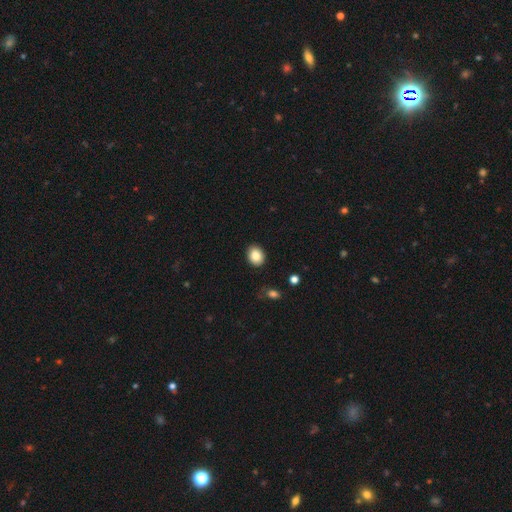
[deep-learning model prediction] This appears to be a smooth galaxy with no disk features (84%) that is round (50%). Merging: none (89%).